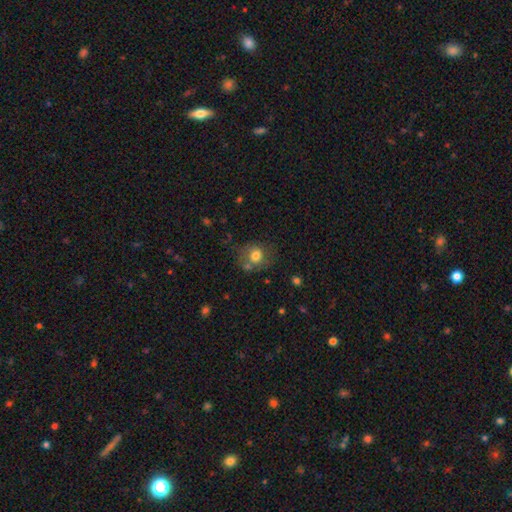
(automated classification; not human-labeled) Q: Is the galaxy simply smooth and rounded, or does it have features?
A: smooth — 74%.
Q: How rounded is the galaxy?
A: round — 72%.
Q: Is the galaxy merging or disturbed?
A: none — 60%.